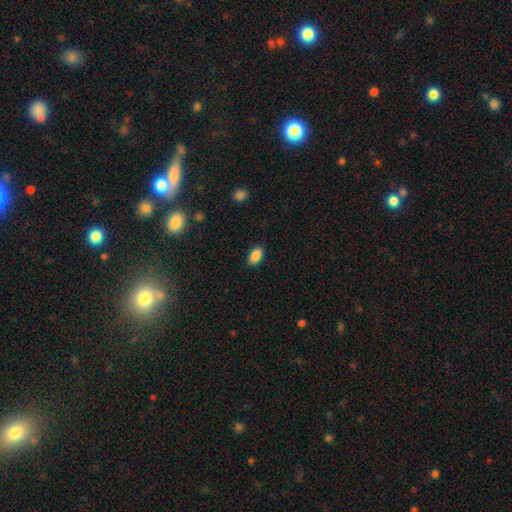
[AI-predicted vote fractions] Smooth or featured? smooth (88%)
How rounded? in between (91%)
Merging? none (88%)